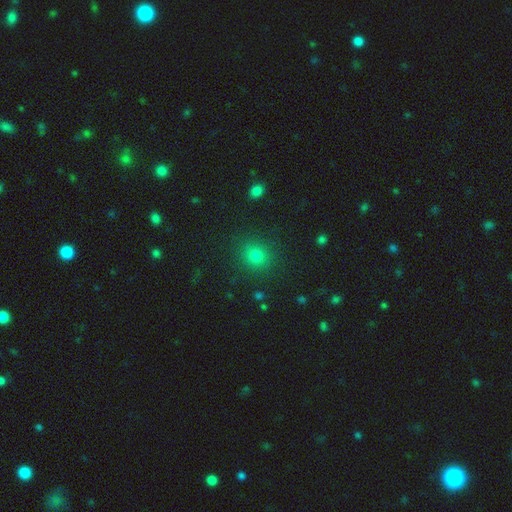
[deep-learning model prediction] This is likely a smooth galaxy (77%). How rounded: clearly round (84%). Merging: clearly none (88%).